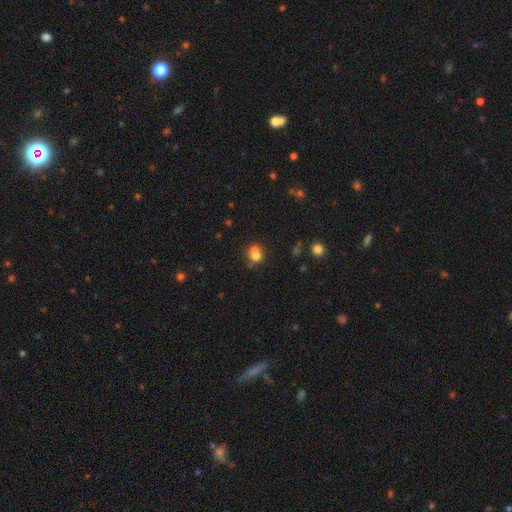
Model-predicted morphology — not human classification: This is likely a smooth galaxy (73%). How rounded: likely round (69%). Merging: marginally merger (42%).